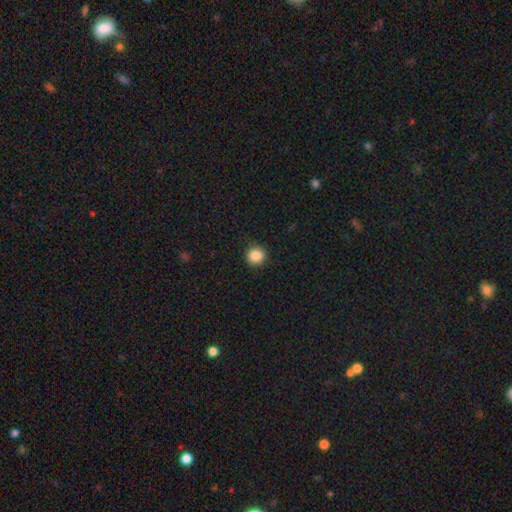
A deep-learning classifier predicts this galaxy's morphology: Smooth or featured? smooth (87%)
How rounded? round (90%)
Merging? none (89%)